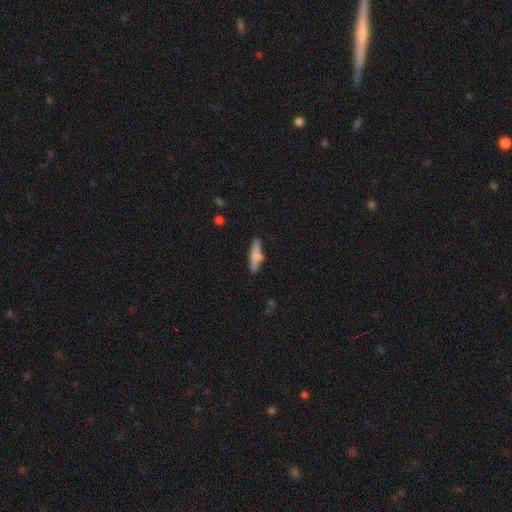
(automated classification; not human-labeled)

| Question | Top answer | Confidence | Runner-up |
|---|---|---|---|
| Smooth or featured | smooth | 64% | featured or disk (30%) |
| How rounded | cigar-shaped | 80% | in between (18%) |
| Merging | none | 77% | minor disturbance (16%) |